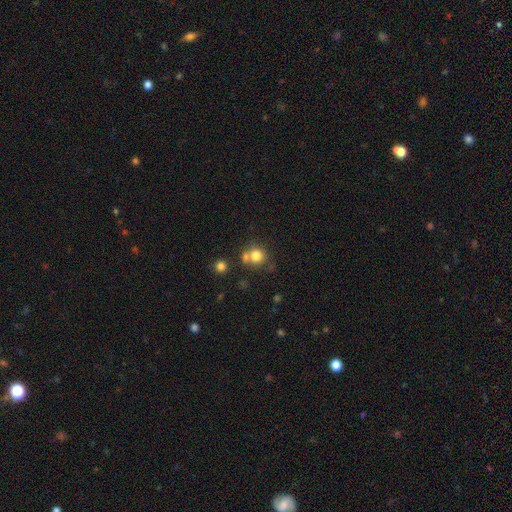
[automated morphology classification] Q: Smooth or featured?
A: smooth (78%); runner-up: star or artifact (12%)
Q: How rounded?
A: round (86%); runner-up: in between (14%)
Q: Merging?
A: none (54%); runner-up: merger (30%)